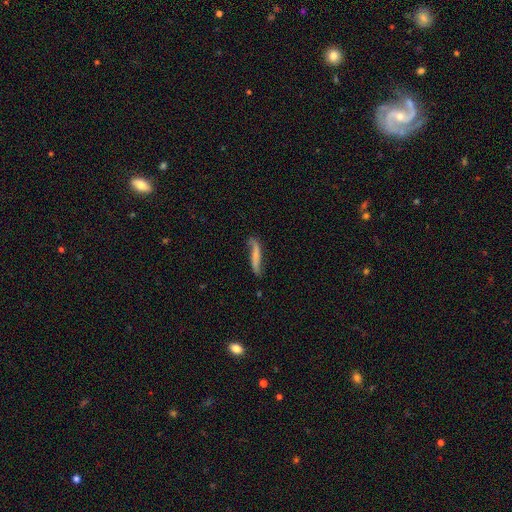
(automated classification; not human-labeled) smooth-or-featured: smooth: 48% | featured or disk: 45% | star or artifact: 7%
  merging: none: 57% | minor disturbance: 28% | major disturbance: 11% | merger: 4%